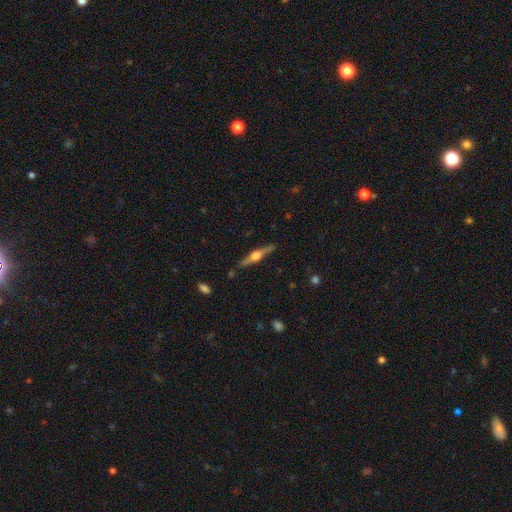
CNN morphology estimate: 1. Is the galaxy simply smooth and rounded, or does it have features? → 77% featured or disk, 17% smooth, 6% star or artifact.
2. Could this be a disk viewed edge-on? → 97% yes, 3% no.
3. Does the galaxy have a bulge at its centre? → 89% rounded, 9% boxy, 2% none.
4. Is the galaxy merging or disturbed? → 85% none, 10% minor disturbance, 2% major disturbance, 2% merger.